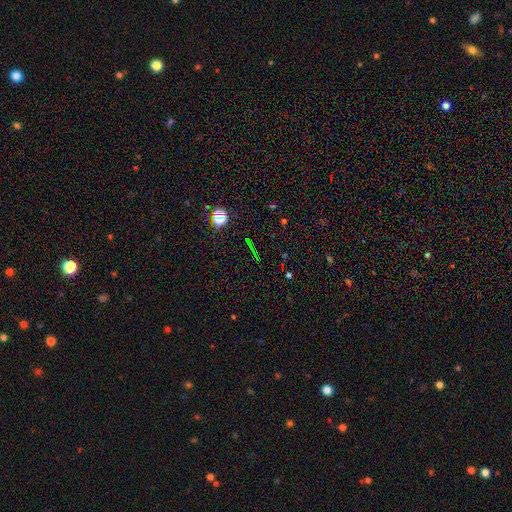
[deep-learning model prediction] This appears to be a star or artifact, not a galaxy (72%).